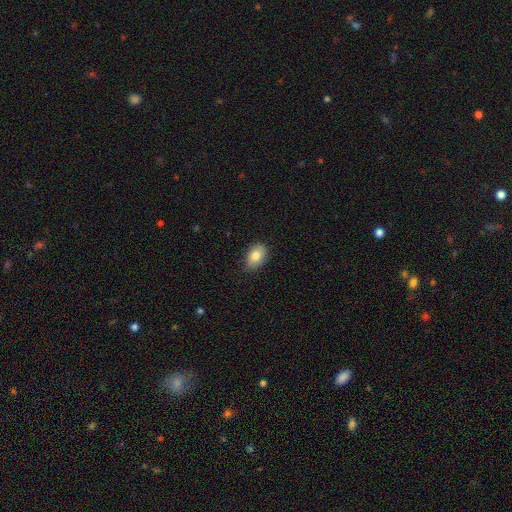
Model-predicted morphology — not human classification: Smooth or featured? Predicted: smooth (p=0.82). How rounded? Predicted: in between (p=0.81). Merging? Predicted: none (p=0.83).